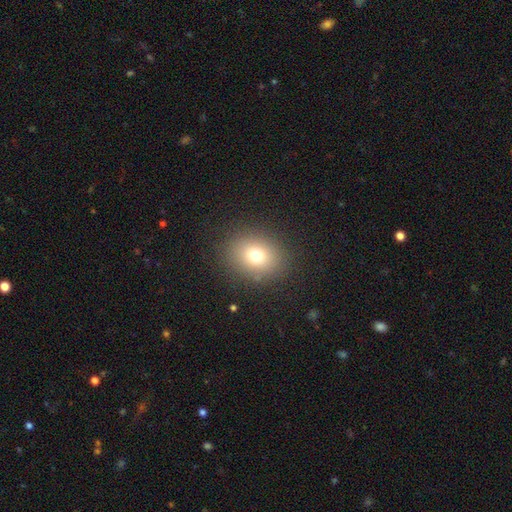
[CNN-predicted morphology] Smooth or featured? Predicted: smooth (p=0.74). How rounded? Predicted: round (p=0.57). Merging? Predicted: none (p=0.87).